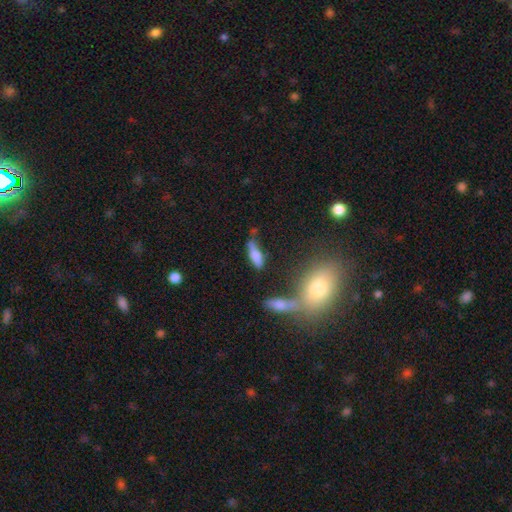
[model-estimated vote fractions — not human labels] Morphology: type=smooth (71%); roundness=in between (50%); merging=none (53%).